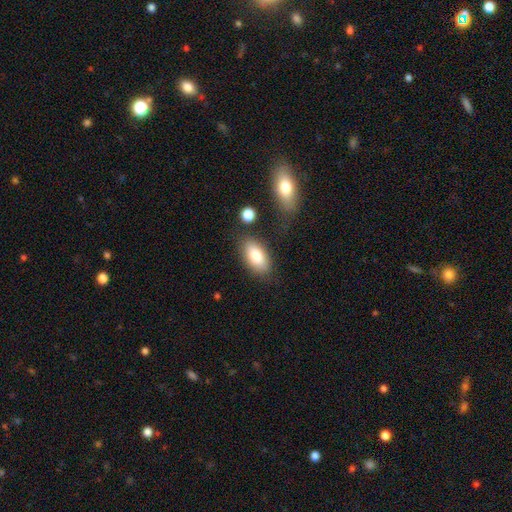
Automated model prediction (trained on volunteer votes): The model was most divided on "merging": none: 78%, minor disturbance: 13%, merger: 5%, major disturbance: 4%. More confident: how rounded — in between (92%); smooth or featured — smooth (80%).